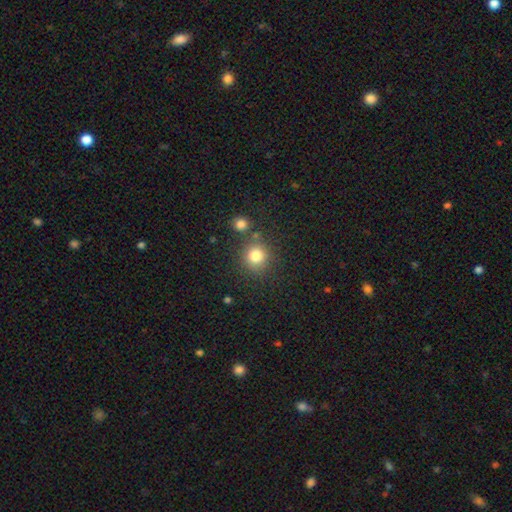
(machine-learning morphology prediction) The model was most divided on "merging": none: 77%, merger: 10%, minor disturbance: 9%, major disturbance: 4%. More confident: how rounded — round (88%); smooth or featured — smooth (81%).